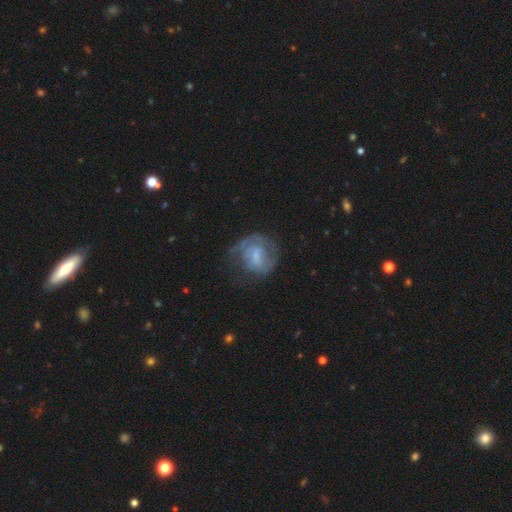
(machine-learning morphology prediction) type=featured or disk (63%); edge-on=no (98%); bar=weak (50%); spiral arms=yes (75%); bulge=small (43%); merging=none (52%).